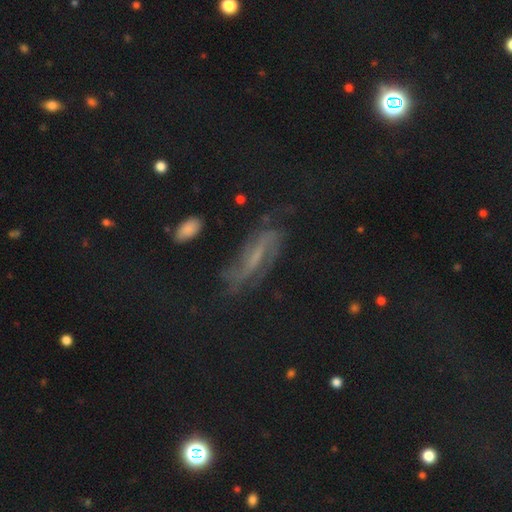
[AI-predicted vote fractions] Overall: featured or disk (60%; star or artifact 22%). Edge-on disk: no (80%). Merging: none (67%).